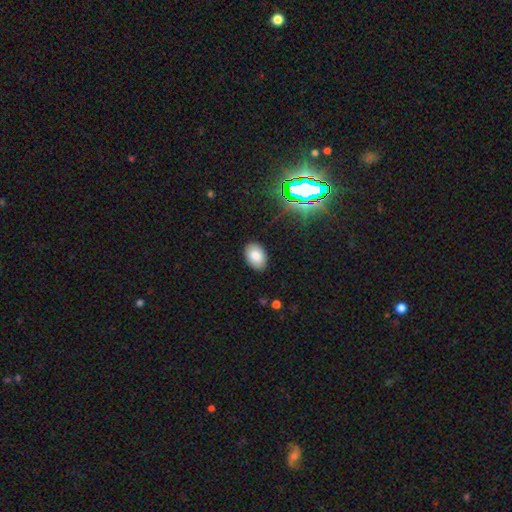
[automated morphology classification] Overall: smooth (81%). How rounded: in between (86%). Merging: none (88%).